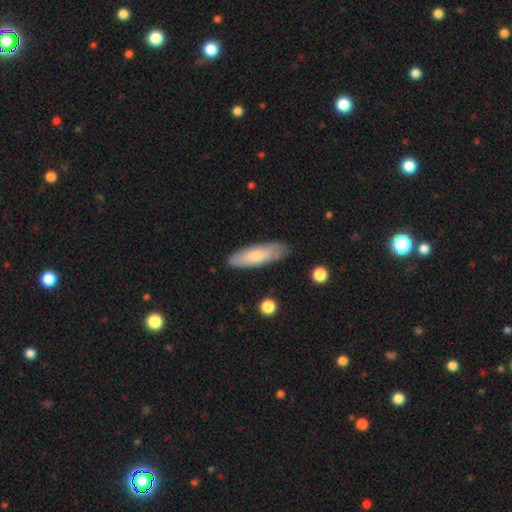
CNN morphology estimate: Smooth or featured: smooth — 70% (featured or disk — 25%)
How rounded: cigar-shaped — 50% (in between — 48%)
Merging: none — 83% (minor disturbance — 13%)